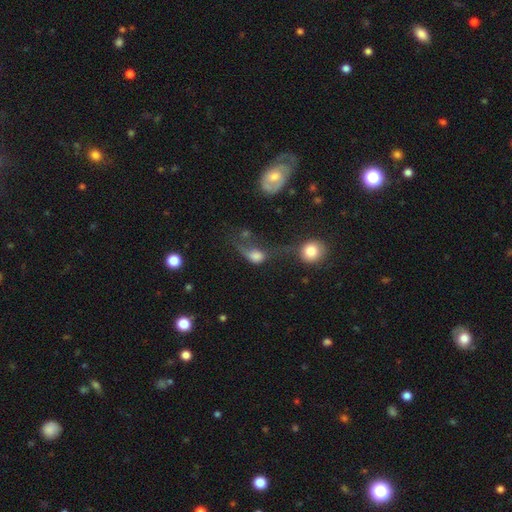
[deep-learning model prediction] Smooth or featured? smooth (62%)
How rounded? in between (57%)
Merging? major disturbance (43%)